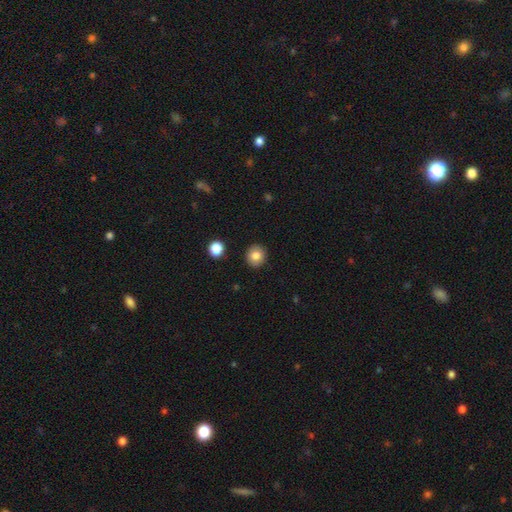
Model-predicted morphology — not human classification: Smooth or featured? Predicted: smooth (p=0.84). How rounded? Predicted: round (p=0.86). Merging? Predicted: none (p=0.91).